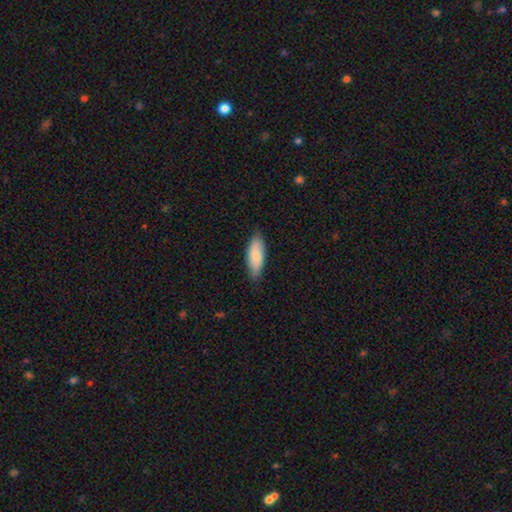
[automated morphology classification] smooth 78%, featured or disk 17%, star or artifact 5%. Down the decision tree: how rounded — in between (72%); merging — none (79%).